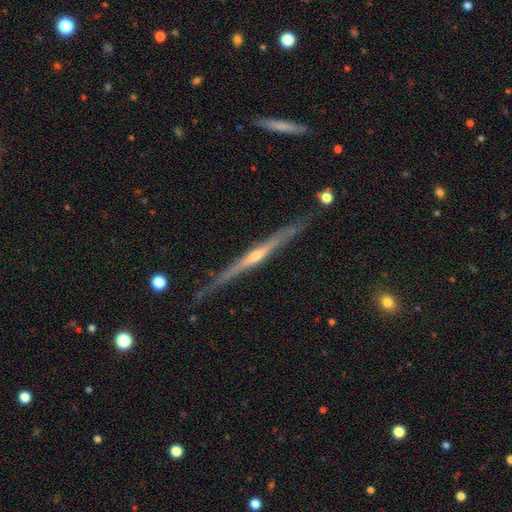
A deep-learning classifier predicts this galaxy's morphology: This appears to be a featured or disk galaxy (85%) viewed edge-on (98%) with a rounded central bulge (74%). Merging: none (85%).